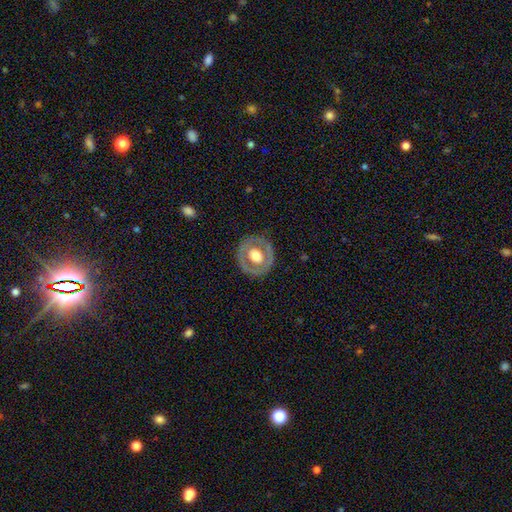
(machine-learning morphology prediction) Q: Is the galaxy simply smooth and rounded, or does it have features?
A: featured or disk — 53%.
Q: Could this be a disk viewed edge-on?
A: no — 94%.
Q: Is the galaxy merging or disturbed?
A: none — 82%.